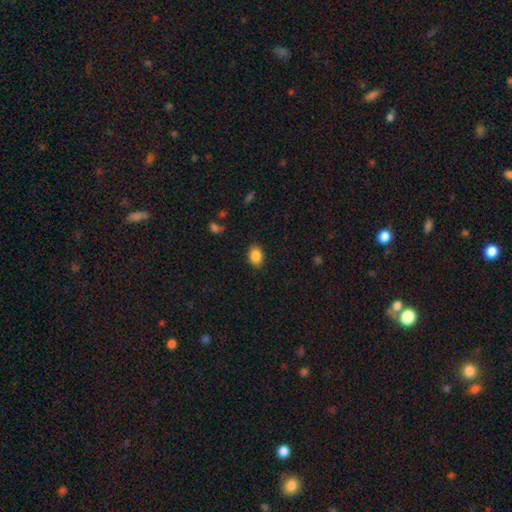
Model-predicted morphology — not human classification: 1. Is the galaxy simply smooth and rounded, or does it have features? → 87% smooth, 8% star or artifact, 4% featured or disk.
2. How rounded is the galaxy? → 79% in between, 19% round, 1% cigar-shaped.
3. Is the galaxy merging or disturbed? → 88% none, 9% minor disturbance, 2% major disturbance, 1% merger.